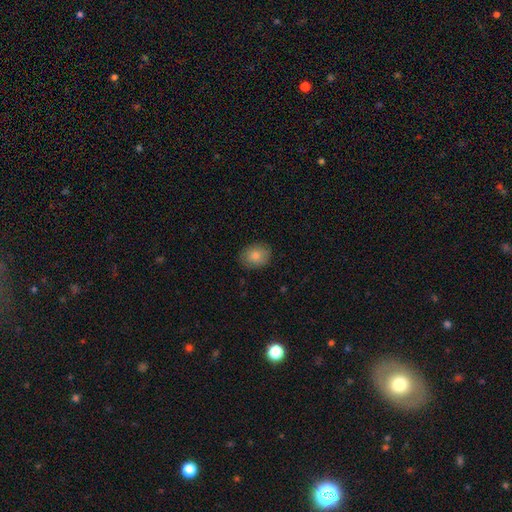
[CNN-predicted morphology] Smooth or featured?
  - smooth: 82% *
  - featured or disk: 11%
  - star or artifact: 8%
How rounded?
  - in between: 52% *
  - round: 47%
  - cigar-shaped: 1%
Merging?
  - none: 84% *
  - minor disturbance: 13%
  - major disturbance: 3%
  - merger: 1%